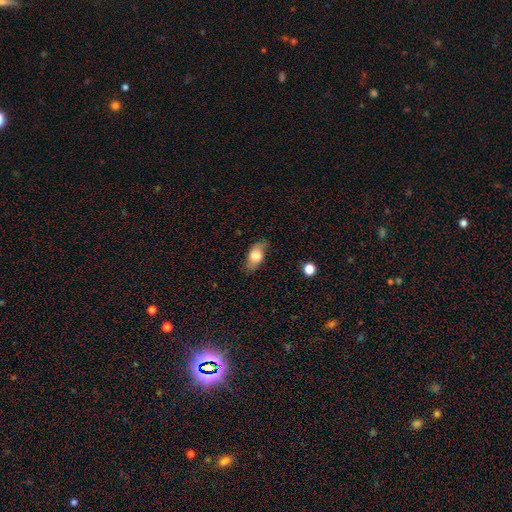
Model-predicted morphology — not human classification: Overall: smooth (70%). How rounded: in between (88%). Merging: none (72%).